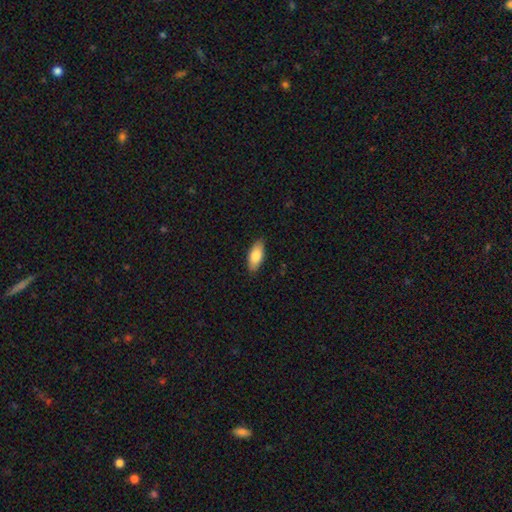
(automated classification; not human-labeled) Smooth or featured? Predicted: smooth (p=0.83). How rounded? Predicted: in between (p=0.87). Merging? Predicted: none (p=0.87).